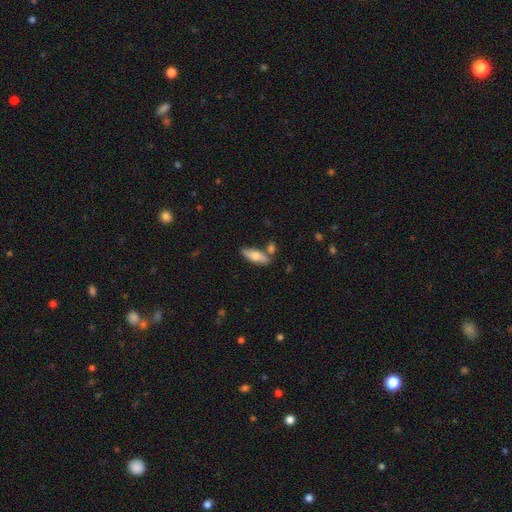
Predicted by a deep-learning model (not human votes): This appears to be a smooth galaxy with no disk features (70%) that is in between round and cigar-shaped (57%). Merging: none (70%).